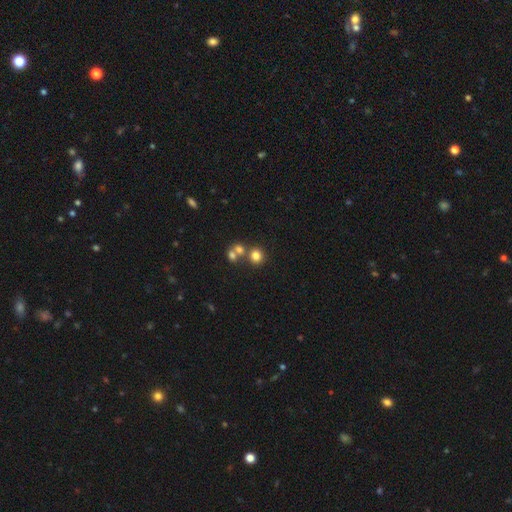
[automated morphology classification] type=smooth (76%); roundness=round (85%); merging=none (60%).